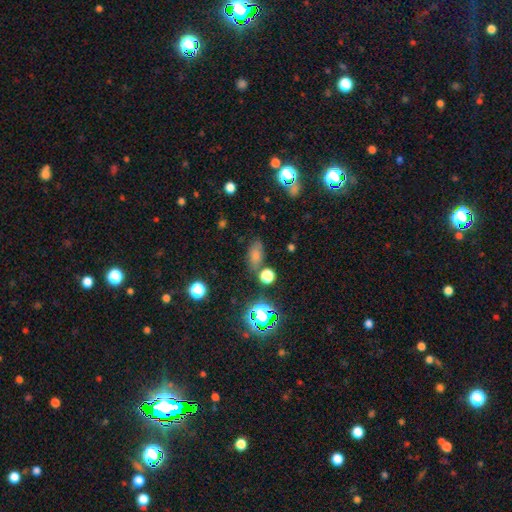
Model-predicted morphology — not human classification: Smooth or featured? smooth (68%)
How rounded? in between (82%)
Merging? none (70%)